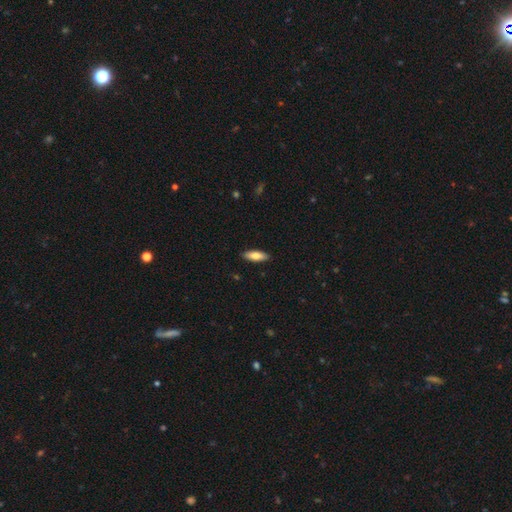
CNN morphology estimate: This appears to be a smooth galaxy with no disk features (80%) that is in between round and cigar-shaped (64%). Merging: none (90%).